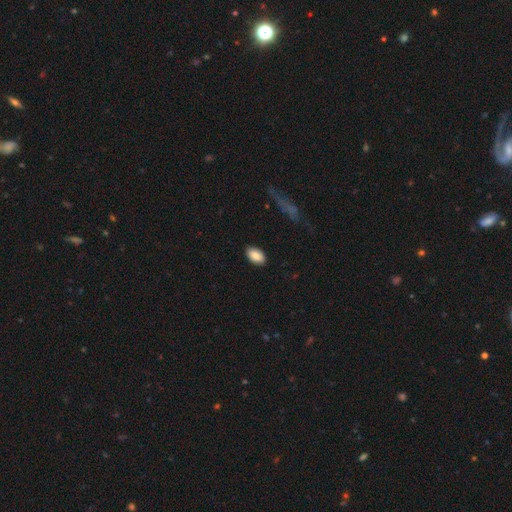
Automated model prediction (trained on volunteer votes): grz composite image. It shows a smooth galaxy with no disk features (86%) that is in between round and cigar-shaped (93%). Merging: none (88%).